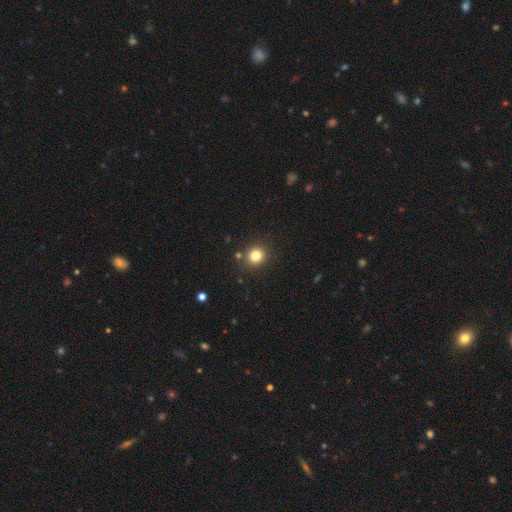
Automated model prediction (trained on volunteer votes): This appears to be a smooth galaxy with no disk features (82%) that is round (86%). Merging: none (85%).